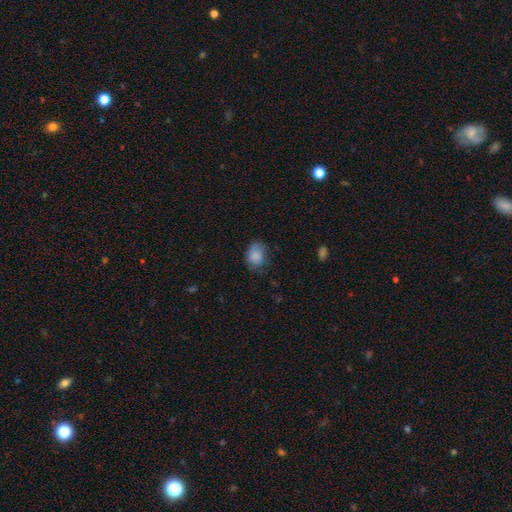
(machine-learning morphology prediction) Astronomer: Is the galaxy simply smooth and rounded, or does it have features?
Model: smooth — 84%.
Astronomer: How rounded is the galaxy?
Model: in between — 61% (runner-up: round, 38%).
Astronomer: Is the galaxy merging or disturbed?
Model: none — 64%.